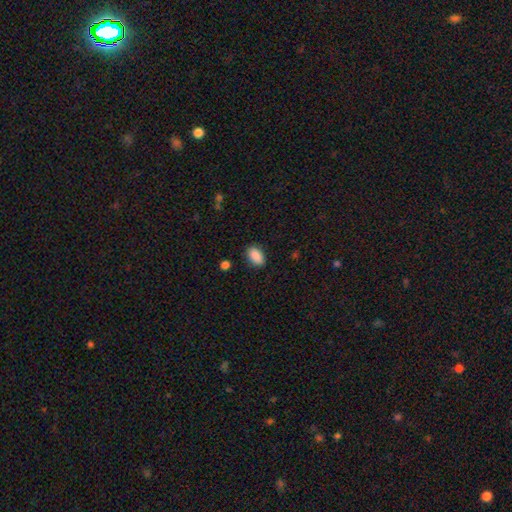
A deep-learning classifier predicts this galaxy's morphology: Smooth or featured?
  - smooth: 89% *
  - star or artifact: 8%
  - featured or disk: 3%
How rounded?
  - in between: 91% *
  - round: 7%
  - cigar-shaped: 2%
Merging?
  - none: 86% *
  - minor disturbance: 11%
  - major disturbance: 3%
  - merger: 1%